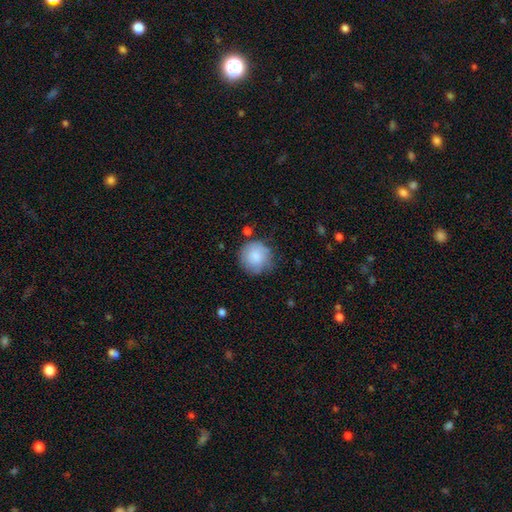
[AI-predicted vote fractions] This appears to be a smooth galaxy with no disk features (82%) that is round (93%). Merging: none (72%).